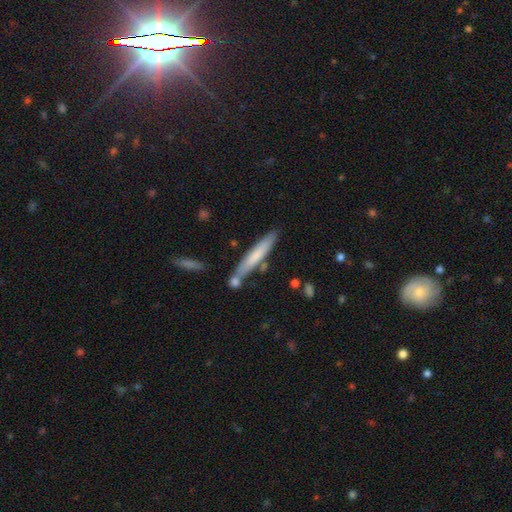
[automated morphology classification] A smooth galaxy with no disk features (64%) that is cigar-shaped (93%). Merging: none (74%).